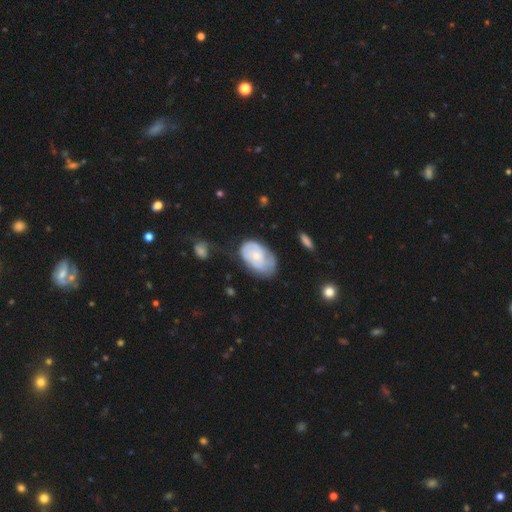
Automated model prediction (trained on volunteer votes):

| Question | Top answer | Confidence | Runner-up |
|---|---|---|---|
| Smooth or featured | featured or disk | 50% | smooth (44%) |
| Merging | none | 47% | minor disturbance (33%) |